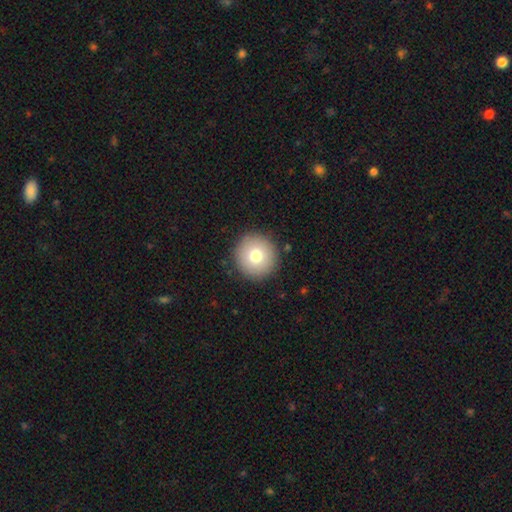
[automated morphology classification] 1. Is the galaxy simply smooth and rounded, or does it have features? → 76% smooth, 13% featured or disk, 11% star or artifact.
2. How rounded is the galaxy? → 96% round, 3% in between, 1% cigar-shaped.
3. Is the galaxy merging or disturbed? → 91% none, 6% minor disturbance, 2% major disturbance, 1% merger.